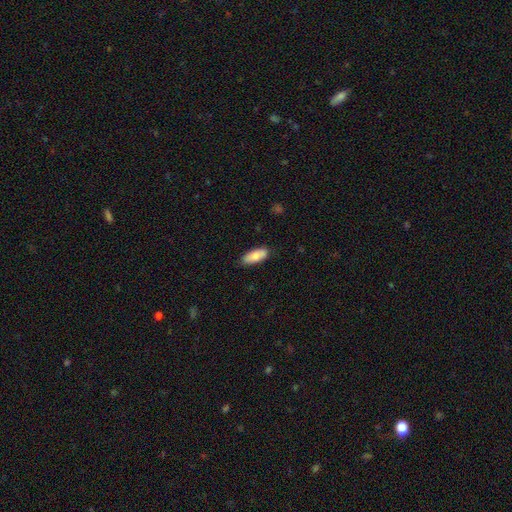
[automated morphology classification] smooth_or_featured: smooth (p=0.77) [alt: featured or disk p=0.16]
how_rounded: in between (p=0.81) [alt: cigar-shaped p=0.17]
merging: none (p=0.82) [alt: minor disturbance p=0.14]